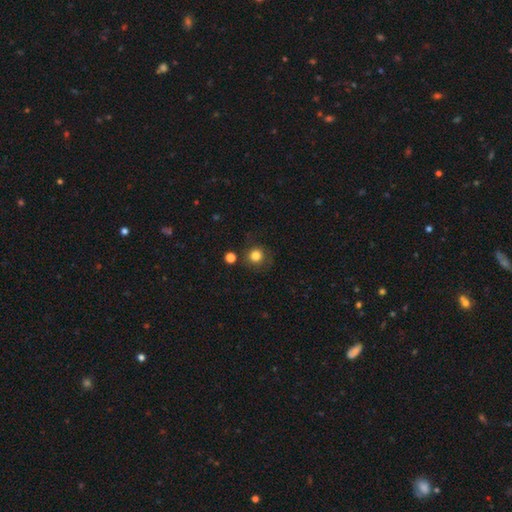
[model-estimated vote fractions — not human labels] smooth_or_featured: smooth (p=0.81) [alt: star or artifact p=0.12]
how_rounded: round (p=0.92) [alt: in between p=0.07]
merging: none (p=0.81) [alt: minor disturbance p=0.11]